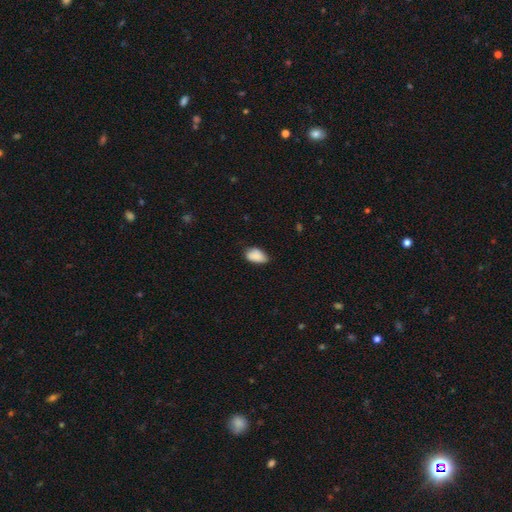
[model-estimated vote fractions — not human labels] A smooth galaxy with no disk features (87%) that is in between round and cigar-shaped (92%). Merging: none (59%).